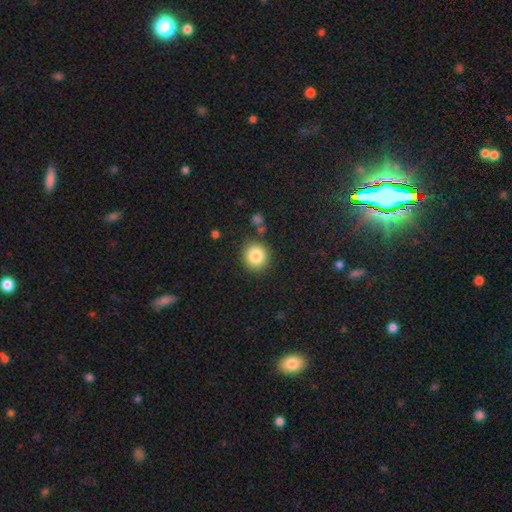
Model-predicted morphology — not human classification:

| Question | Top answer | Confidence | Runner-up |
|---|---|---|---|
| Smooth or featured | smooth | 84% | star or artifact (10%) |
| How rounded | round | 89% | in between (10%) |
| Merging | none | 85% | minor disturbance (8%) |